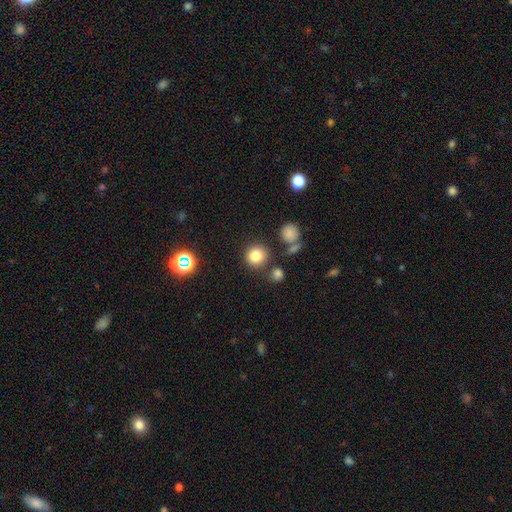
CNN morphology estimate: Smooth or featured?
  - smooth: 81% *
  - star or artifact: 13%
  - featured or disk: 6%
How rounded?
  - round: 91% *
  - in between: 8%
  - cigar-shaped: 1%
Merging?
  - none: 79% *
  - minor disturbance: 9%
  - merger: 8%
  - major disturbance: 4%